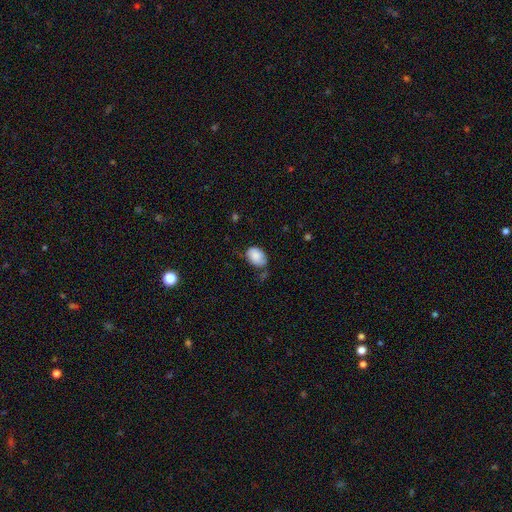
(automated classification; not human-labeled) A smooth galaxy with no disk features (84%) that is in between round and cigar-shaped (83%).

Vote fractions:
- Smooth or featured? smooth: 84% / featured or disk: 8% / star or artifact: 7%
- How rounded? in between: 83% / round: 16% / cigar-shaped: 1%
- Merging? none: 51% / minor disturbance: 34% / major disturbance: 9% / merger: 6%